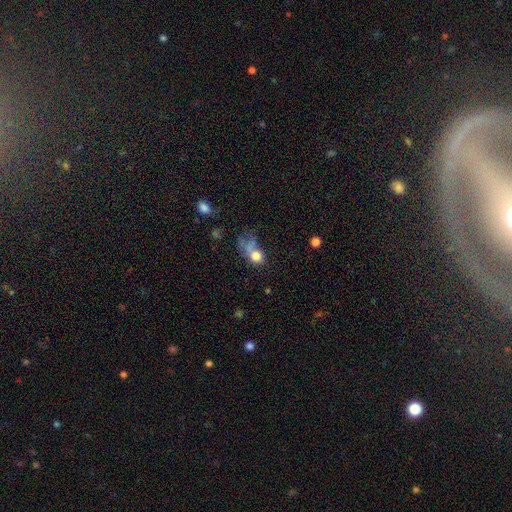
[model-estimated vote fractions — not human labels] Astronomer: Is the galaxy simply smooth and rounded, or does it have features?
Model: smooth — 72%.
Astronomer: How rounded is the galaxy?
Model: round — 59% (runner-up: in between, 39%).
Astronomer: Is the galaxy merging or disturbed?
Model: major disturbance — 30% (runner-up: merger, 28%).